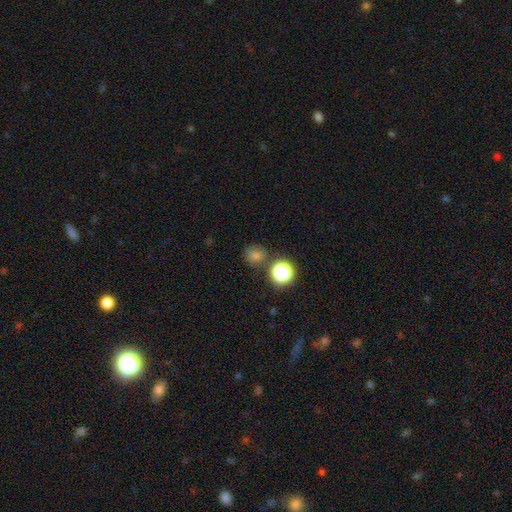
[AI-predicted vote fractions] smooth_or_featured: smooth (p=0.55) [alt: star or artifact p=0.34]
how_rounded: round (p=0.84) [alt: in between p=0.15]
merging: none (p=0.78) [alt: minor disturbance p=0.10]